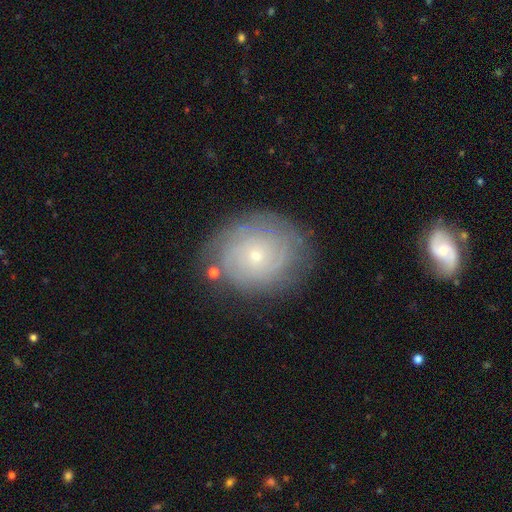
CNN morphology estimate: Smooth or featured: featured or disk — 71% (smooth — 21%)
Edge-on disk: no — 97% (yes — 3%)
Bar: no — 84% (weak — 13%)
Spiral arms: yes — 90% (no — 10%)
Spiral winding: tight — 78% (medium — 17%)
Spiral arm count: can't tell — 46% (2 — 16%)
Bulge size: small — 82% (moderate — 15%)
Merging: none — 79% (minor disturbance — 14%)